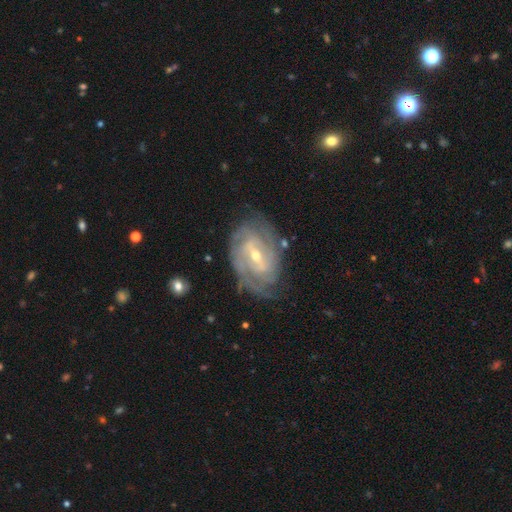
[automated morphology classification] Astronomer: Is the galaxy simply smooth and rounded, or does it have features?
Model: featured or disk — 88%.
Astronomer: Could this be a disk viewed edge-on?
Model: no — 96%.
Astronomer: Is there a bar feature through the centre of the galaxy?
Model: weak — 45% (runner-up: strong, 39%).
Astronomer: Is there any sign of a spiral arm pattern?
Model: yes — 95%.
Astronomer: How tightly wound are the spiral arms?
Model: tight — 68%.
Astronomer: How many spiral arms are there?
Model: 2 — 31% (runner-up: can't tell, 29%).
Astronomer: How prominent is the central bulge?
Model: small — 55% (runner-up: moderate, 42%).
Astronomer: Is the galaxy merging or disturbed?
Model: none — 74%.